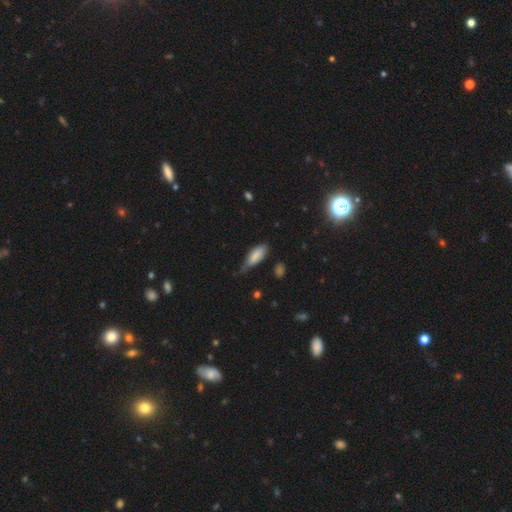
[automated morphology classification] A smooth galaxy with no disk features (79%) that is in between round and cigar-shaped (72%).

Vote fractions:
- Smooth or featured? smooth: 79% / featured or disk: 14% / star or artifact: 7%
- How rounded? in between: 72% / cigar-shaped: 26% / round: 2%
- Merging? minor disturbance: 47% / none: 35% / major disturbance: 15% / merger: 3%